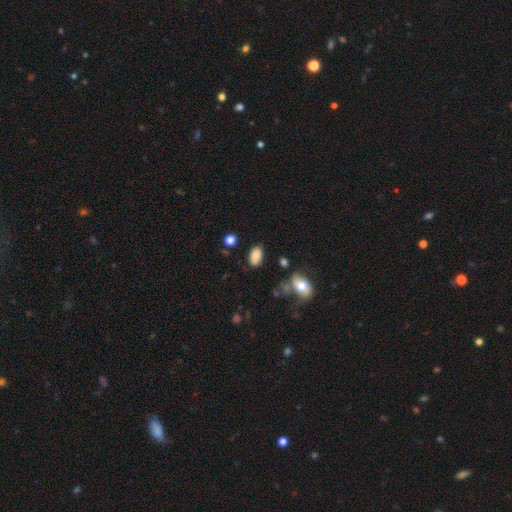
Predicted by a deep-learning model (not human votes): This is clearly a smooth galaxy (84%). How rounded: clearly in between (93%). Merging: likely none (78%).